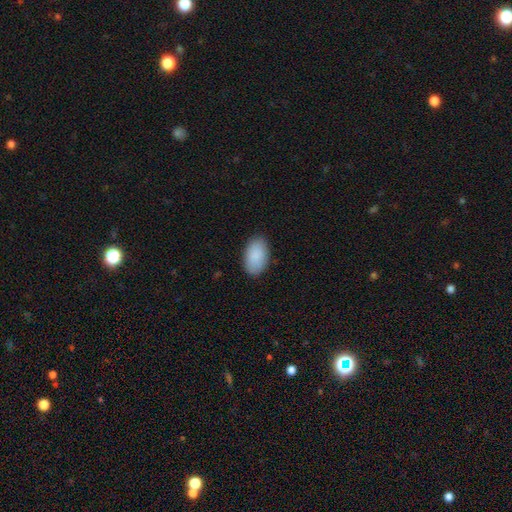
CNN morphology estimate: smooth 90%, star or artifact 6%, featured or disk 4%. Down the decision tree: how rounded — in between (95%); merging — none (87%).